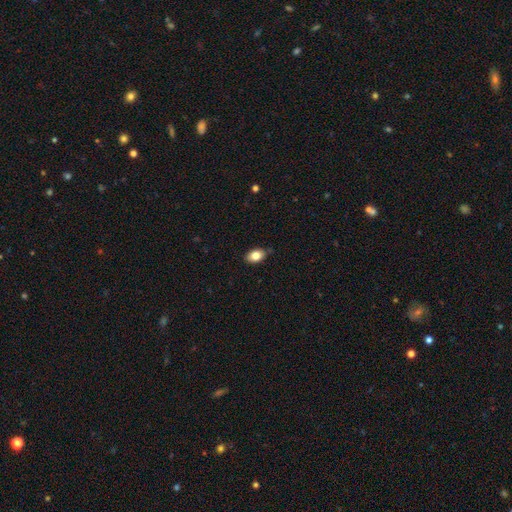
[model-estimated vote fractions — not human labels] A smooth galaxy with no disk features (83%) that is in between round and cigar-shaped (88%).

Vote fractions:
- Smooth or featured? smooth: 83% / featured or disk: 9% / star or artifact: 8%
- How rounded? in between: 88% / round: 11% / cigar-shaped: 2%
- Merging? none: 82% / minor disturbance: 14% / major disturbance: 2% / merger: 1%